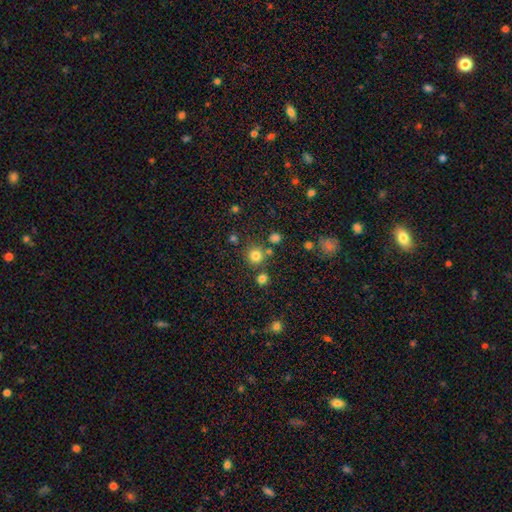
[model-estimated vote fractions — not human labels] This is likely a smooth galaxy (79%). How rounded: clearly round (93%). Merging: likely none (79%).